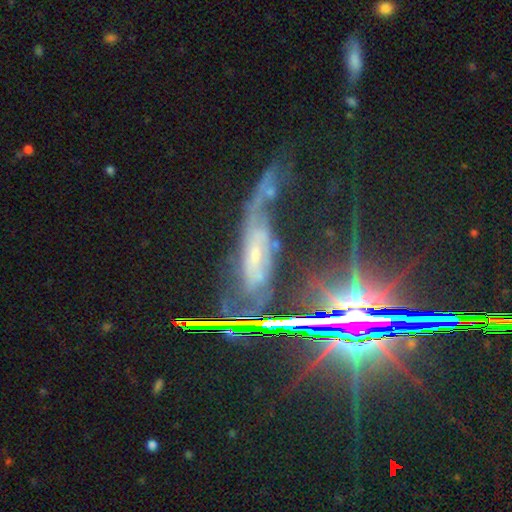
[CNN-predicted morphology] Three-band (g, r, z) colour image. It shows a featured or disk galaxy (58%). Merging: none (48%).